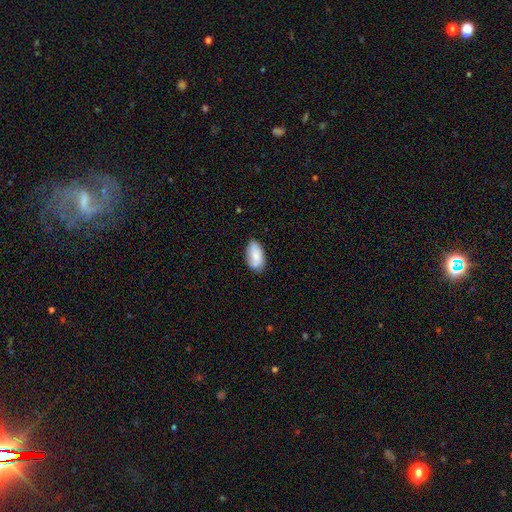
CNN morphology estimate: Overall: smooth (76%). How rounded: in between (93%). Merging: none (75%).